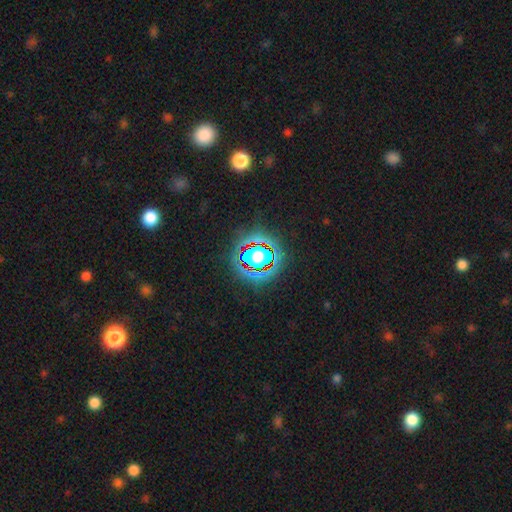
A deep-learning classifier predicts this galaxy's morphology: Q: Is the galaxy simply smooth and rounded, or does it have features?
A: star or artifact — 81%.